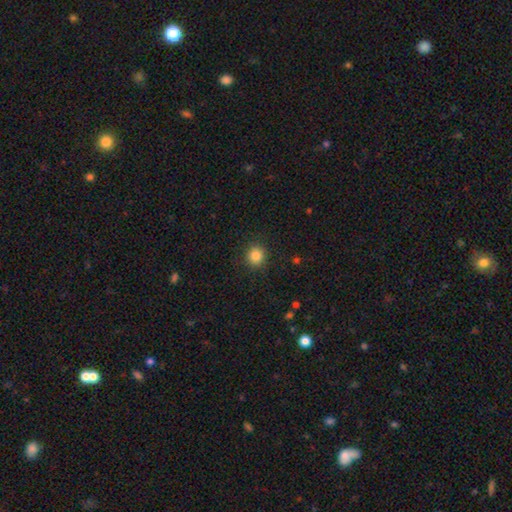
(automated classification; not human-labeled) smooth_or_featured: smooth (p=0.84) [alt: star or artifact p=0.11]
how_rounded: round (p=0.87) [alt: in between p=0.12]
merging: none (p=0.91) [alt: minor disturbance p=0.06]